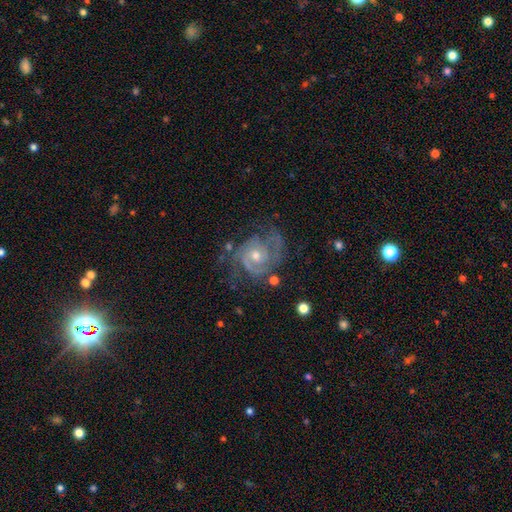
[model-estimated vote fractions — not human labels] Overall: featured or disk (88%). Edge-on disk: no (98%). Bar: no (71%). Spiral arms: yes (96%). Spiral arm count: 2 (54%; 3 18%). Spiral winding: tight (55%; medium 36%). Bulge size: moderate (60%; small 36%). Merging: none (61%).